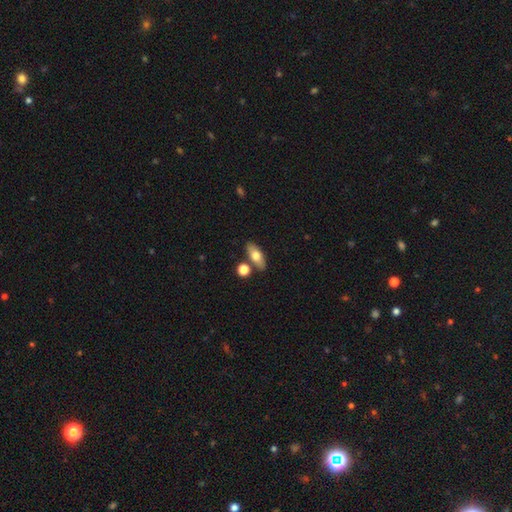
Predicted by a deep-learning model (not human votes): A smooth galaxy with no disk features (67%) that is in between round and cigar-shaped (76%).

Vote fractions:
- Smooth or featured? smooth: 67% / featured or disk: 26% / star or artifact: 7%
- How rounded? in between: 76% / cigar-shaped: 18% / round: 6%
- Merging? none: 76% / merger: 11% / minor disturbance: 10% / major disturbance: 3%